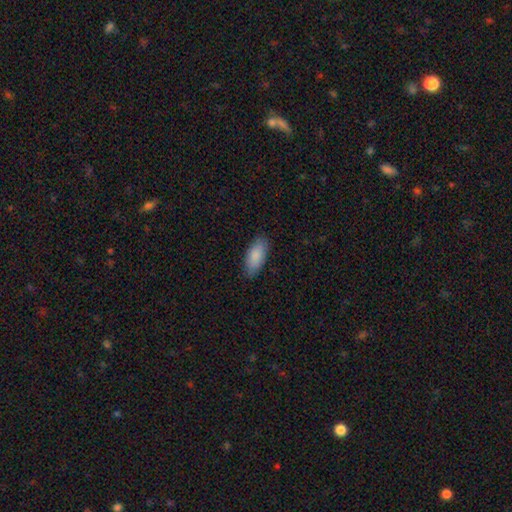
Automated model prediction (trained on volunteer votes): This is clearly a smooth galaxy (87%). How rounded: clearly in between (88%). Merging: clearly none (85%).